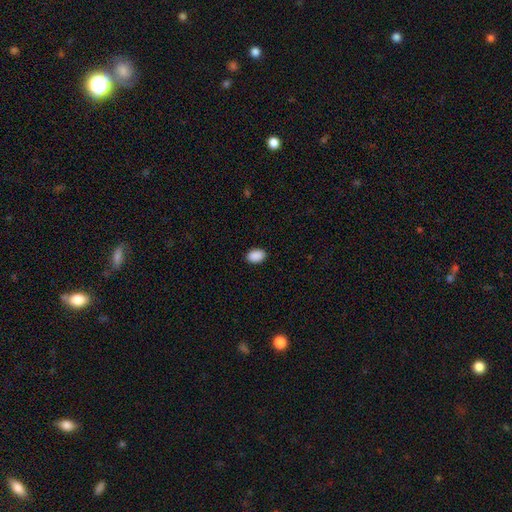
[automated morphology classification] smooth-or-featured: smooth: 90% | star or artifact: 7% | featured or disk: 2%
  how-rounded: in between: 83% | round: 16% | cigar-shaped: 1%
  merging: none: 89% | minor disturbance: 8% | major disturbance: 2% | merger: 1%